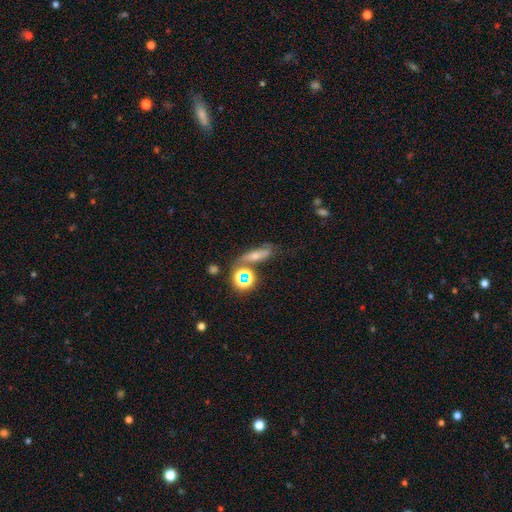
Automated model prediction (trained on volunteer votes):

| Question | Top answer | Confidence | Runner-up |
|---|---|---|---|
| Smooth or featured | smooth | 52% | featured or disk (26%) |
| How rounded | cigar-shaped | 44% | in between (39%) |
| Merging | none | 57% | minor disturbance (20%) |